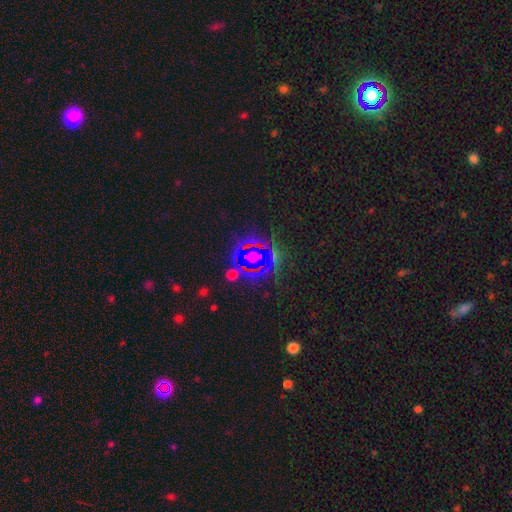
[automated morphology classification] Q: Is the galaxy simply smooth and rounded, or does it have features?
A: star or artifact — 63%.